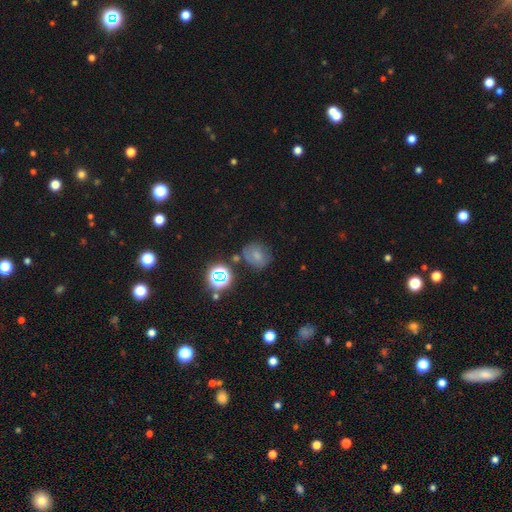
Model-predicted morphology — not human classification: smooth_or_featured: smooth (p=0.61) [alt: star or artifact p=0.22]
how_rounded: round (p=0.67) [alt: in between p=0.32]
merging: none (p=0.66) [alt: minor disturbance p=0.20]